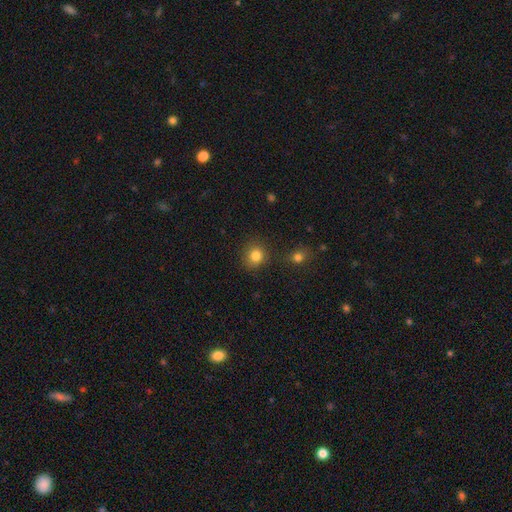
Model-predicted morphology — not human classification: A smooth galaxy with no disk features (83%) that is round (84%). Merging: none (81%).